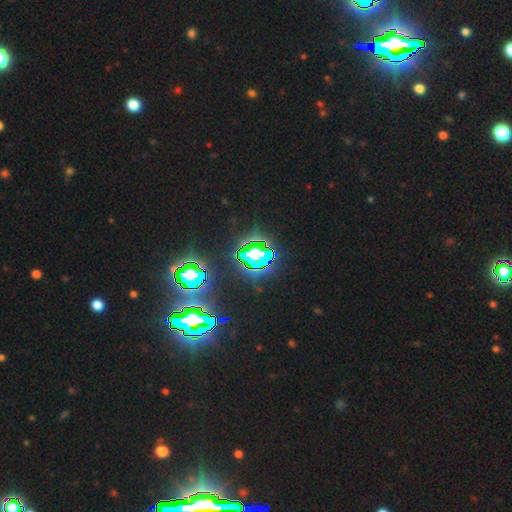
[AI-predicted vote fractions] This appears to be a star or artifact, not a galaxy (67%).